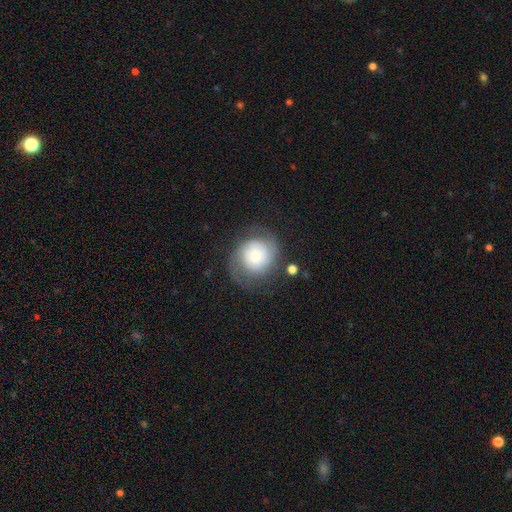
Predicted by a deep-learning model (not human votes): Overall: featured or disk (54%; smooth 38%). Edge-on disk: no (98%). Bar: no (75%). Spiral arms: yes (86%). Bulge size: small (37%; moderate 31%). Merging: none (62%).